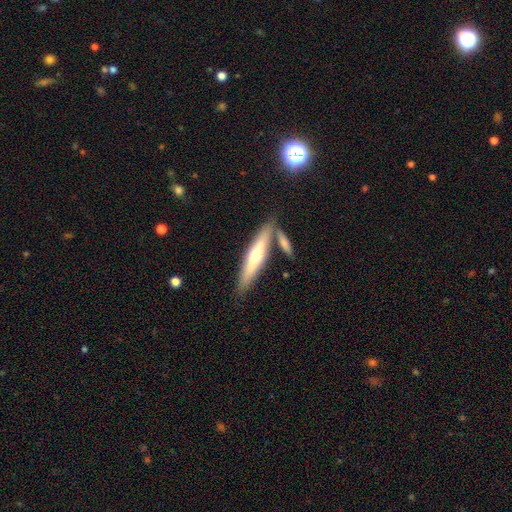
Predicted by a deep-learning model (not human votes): Morphology: type=featured or disk (49%); merging=none (71%).